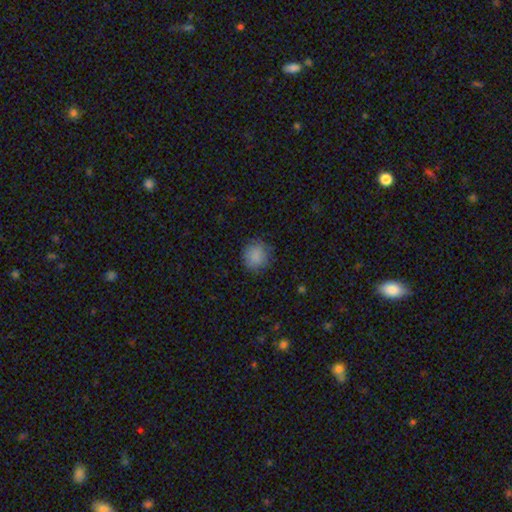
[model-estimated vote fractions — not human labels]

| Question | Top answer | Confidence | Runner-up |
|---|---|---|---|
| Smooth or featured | smooth | 86% | star or artifact (9%) |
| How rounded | round | 86% | in between (13%) |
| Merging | none | 81% | minor disturbance (14%) |